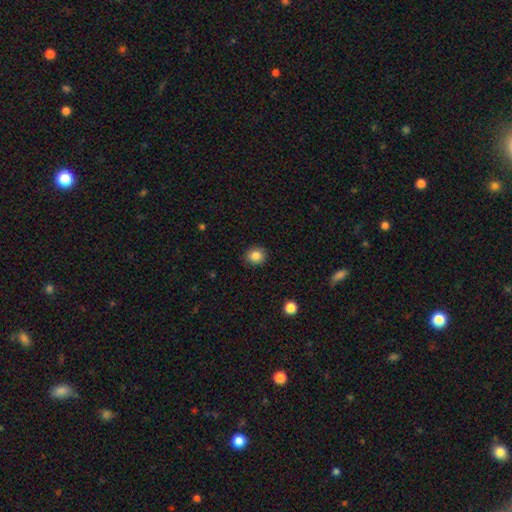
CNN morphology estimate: Smooth or featured?
  - smooth: 85% *
  - star or artifact: 10%
  - featured or disk: 5%
How rounded?
  - round: 83% *
  - in between: 16%
  - cigar-shaped: 1%
Merging?
  - none: 90% *
  - minor disturbance: 7%
  - major disturbance: 2%
  - merger: 1%